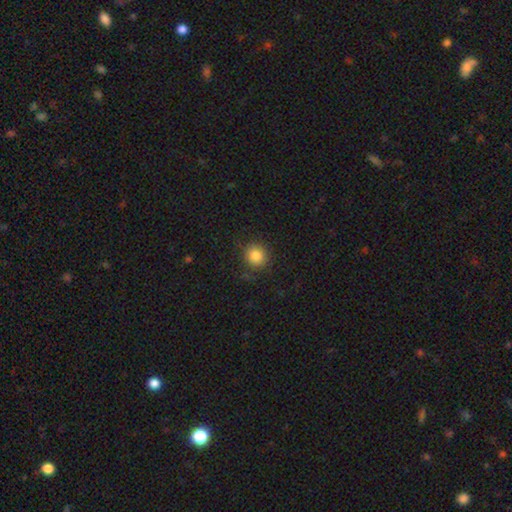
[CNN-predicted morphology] Smooth or featured: smooth — 83% (star or artifact — 11%)
How rounded: round — 88% (in between — 11%)
Merging: none — 85% (minor disturbance — 10%)